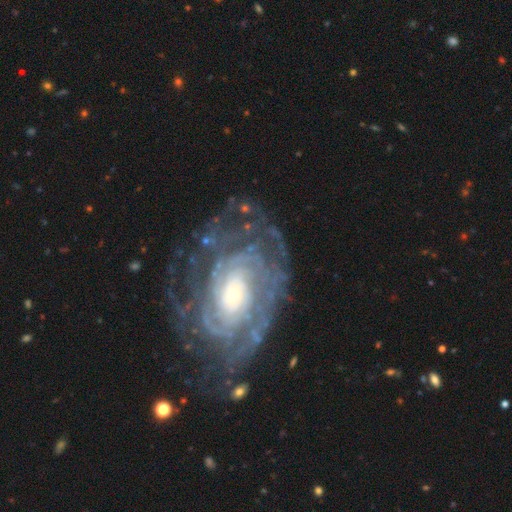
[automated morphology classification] A featured or disk galaxy (88%) with no bar (74%), tight (74%) spiral arms (95%) and a small central bulge (49%).

Vote fractions:
- Smooth or featured? featured or disk: 88% / smooth: 7% / star or artifact: 6%
- Edge-on disk? no: 96% / yes: 4%
- Bar? no: 74% / weak: 19% / strong: 8%
- Spiral arms? yes: 95% / no: 5%
- Spiral winding? tight: 74% / medium: 20% / loose: 5%
- Spiral arm count? can't tell: 37% / more than 4: 16% / 4: 14% / 2: 14% / 3: 13% / 1: 7%
- Bulge size? small: 49% / moderate: 31% / large: 15% / none: 3% / dominant: 2%
- Merging? none: 71% / minor disturbance: 17% / major disturbance: 11% / merger: 2%